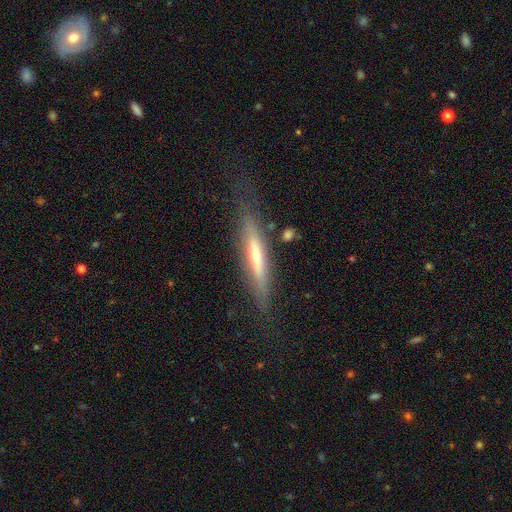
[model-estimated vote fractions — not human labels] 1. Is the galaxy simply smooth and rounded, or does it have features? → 59% featured or disk, 34% smooth, 7% star or artifact.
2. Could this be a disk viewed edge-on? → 90% yes, 10% no.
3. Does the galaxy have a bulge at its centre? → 63% rounded, 31% none, 6% boxy.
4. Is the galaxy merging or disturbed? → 78% none, 15% minor disturbance, 5% major disturbance, 2% merger.